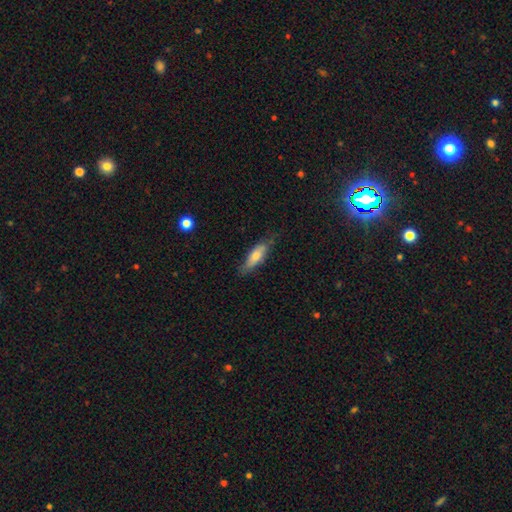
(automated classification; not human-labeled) Smooth or featured?
  - smooth: 63% *
  - featured or disk: 31%
  - star or artifact: 7%
How rounded?
  - cigar-shaped: 50% *
  - in between: 48%
  - round: 2%
Merging?
  - none: 71% *
  - minor disturbance: 23%
  - major disturbance: 5%
  - merger: 1%